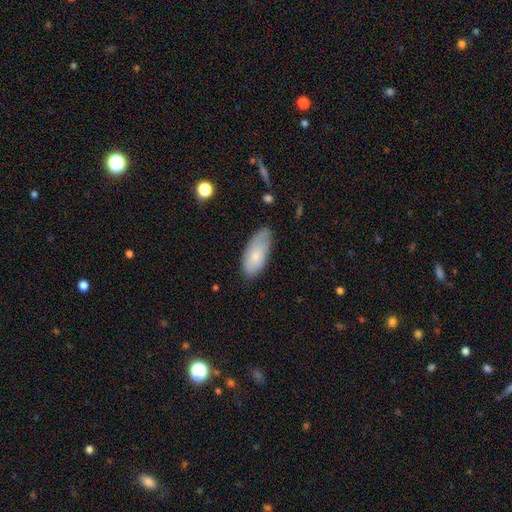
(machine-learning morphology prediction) This appears to be a smooth galaxy with no disk features (78%) that is in between round and cigar-shaped (90%). Merging: none (68%).